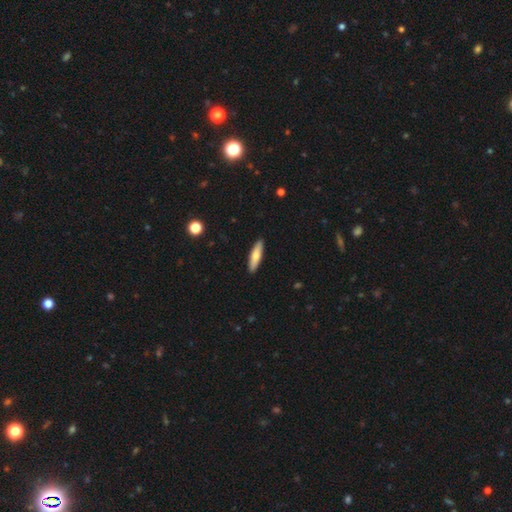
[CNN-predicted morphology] Smooth or featured?
  - smooth: 67% *
  - featured or disk: 28%
  - star or artifact: 5%
How rounded?
  - cigar-shaped: 72% *
  - in between: 26%
  - round: 2%
Merging?
  - none: 91% *
  - minor disturbance: 6%
  - major disturbance: 1%
  - merger: 1%